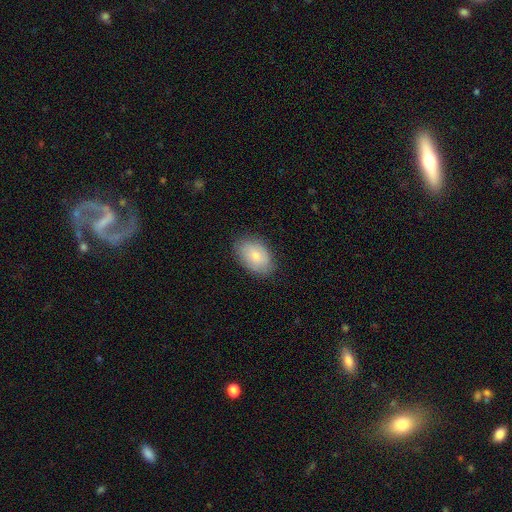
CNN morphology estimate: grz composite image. It shows a smooth galaxy with no disk features (77%) that is in between round and cigar-shaped (89%). Merging: none (84%).